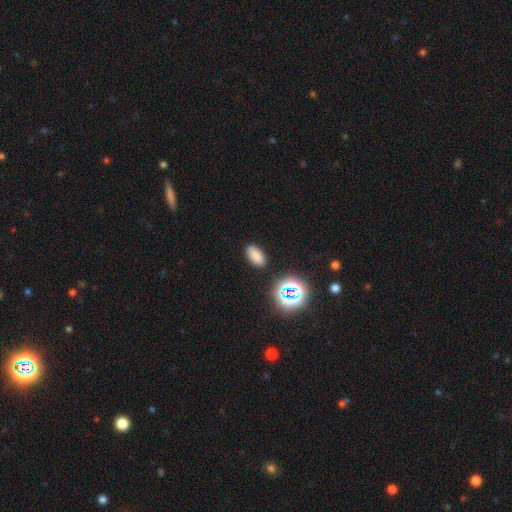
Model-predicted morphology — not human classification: type=smooth (77%); roundness=in between (90%); merging=none (87%).